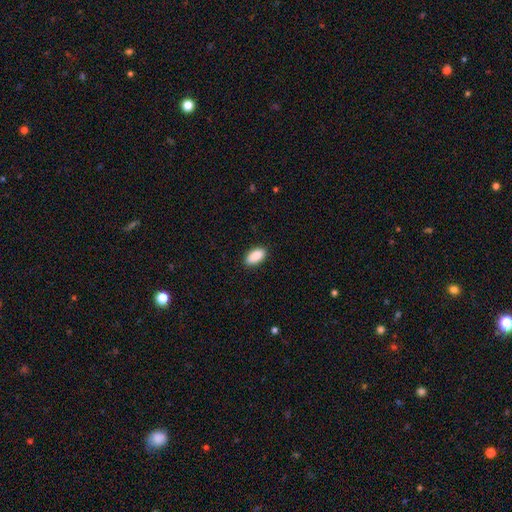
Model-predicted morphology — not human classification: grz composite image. It shows a smooth galaxy with no disk features (90%) that is in between round and cigar-shaped (93%). Merging: none (88%).